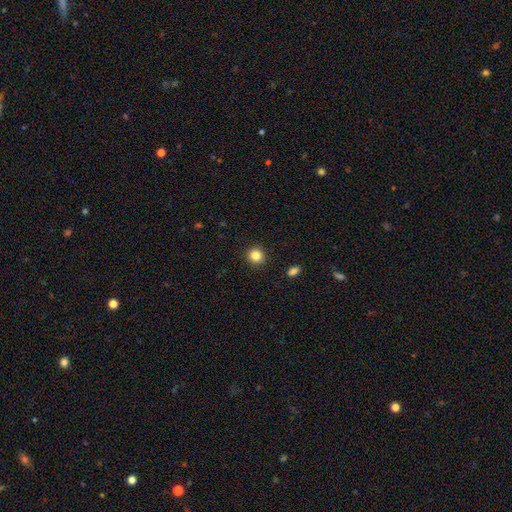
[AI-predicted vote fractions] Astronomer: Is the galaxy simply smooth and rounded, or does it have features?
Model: smooth — 84%.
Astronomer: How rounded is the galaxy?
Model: round — 92%.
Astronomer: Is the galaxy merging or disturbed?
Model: none — 92%.